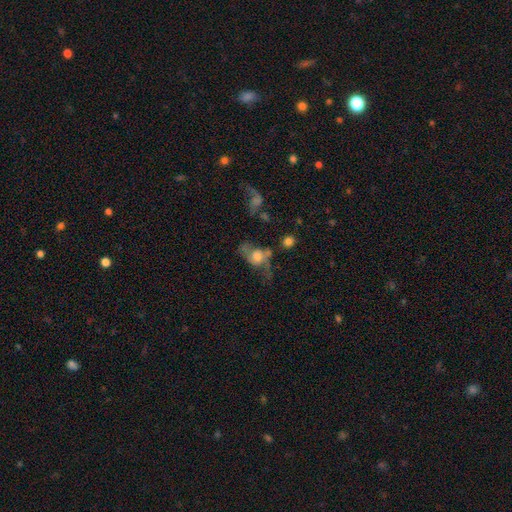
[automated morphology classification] Q: Smooth or featured?
A: featured or disk (54%); runner-up: smooth (33%)
Q: Edge-on disk?
A: no (90%); runner-up: yes (10%)
Q: Merging?
A: major disturbance (34%); tied with: none (34%)